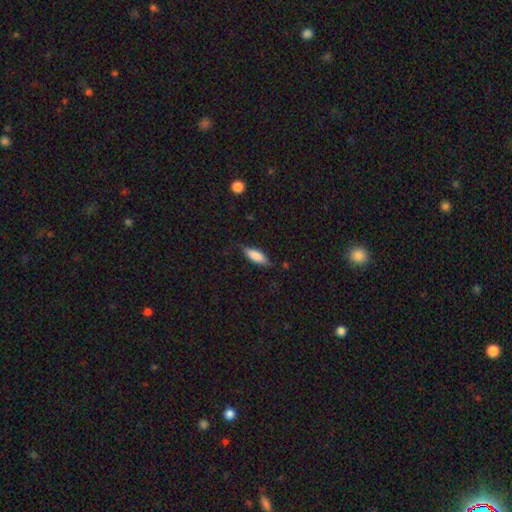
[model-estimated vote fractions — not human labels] A smooth galaxy with no disk features (81%) that is in between round and cigar-shaped (61%).

Vote fractions:
- Smooth or featured? smooth: 81% / featured or disk: 13% / star or artifact: 6%
- How rounded? in between: 61% / cigar-shaped: 37% / round: 2%
- Merging? none: 77% / minor disturbance: 18% / major disturbance: 4% / merger: 1%